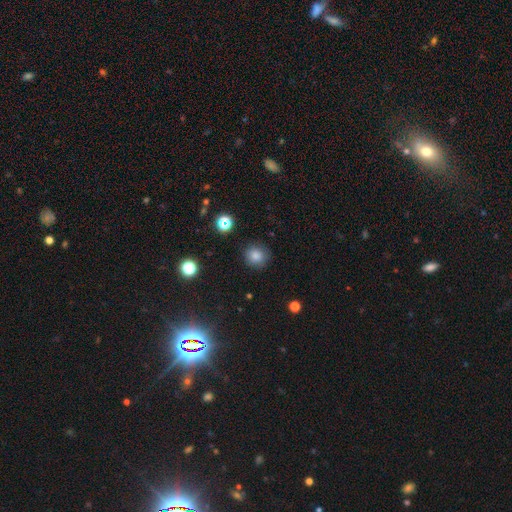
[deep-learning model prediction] Smooth or featured?
  - smooth: 81% *
  - star or artifact: 13%
  - featured or disk: 5%
How rounded?
  - round: 90% *
  - in between: 9%
  - cigar-shaped: 1%
Merging?
  - none: 87% *
  - minor disturbance: 8%
  - major disturbance: 3%
  - merger: 2%